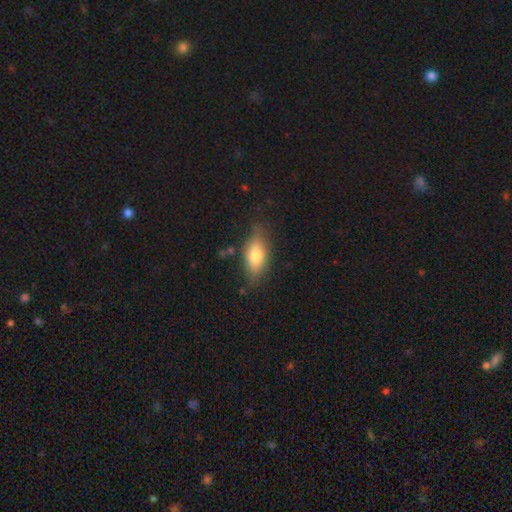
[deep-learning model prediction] smooth_or_featured: smooth (p=0.72) [alt: featured or disk p=0.21]
how_rounded: in between (p=0.80) [alt: cigar-shaped p=0.16]
merging: none (p=0.73) [alt: minor disturbance p=0.20]